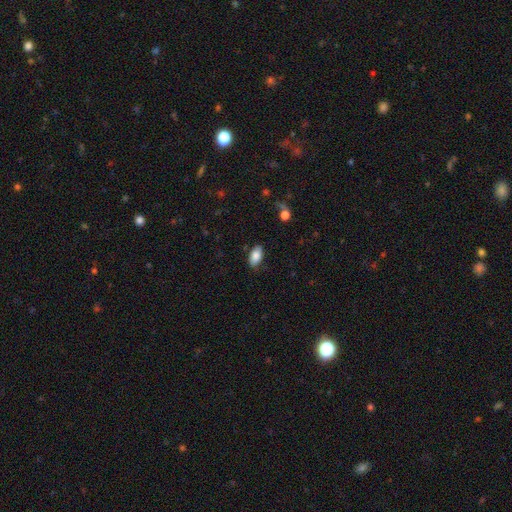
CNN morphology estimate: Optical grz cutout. It shows a smooth galaxy with no disk features (85%) that is in between round and cigar-shaped (93%). Merging: none (81%).